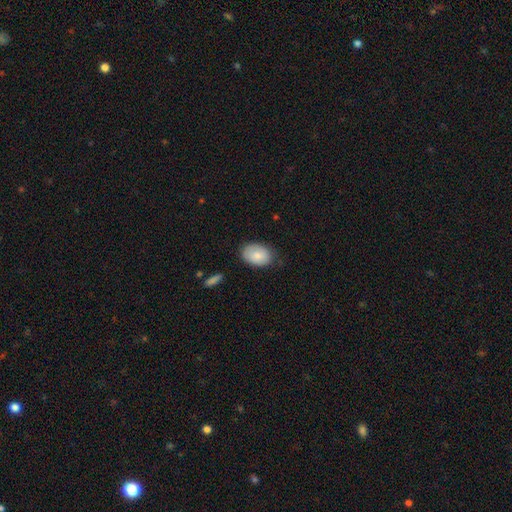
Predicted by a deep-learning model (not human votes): Morphology: type=smooth (82%); roundness=in between (86%); merging=none (76%).